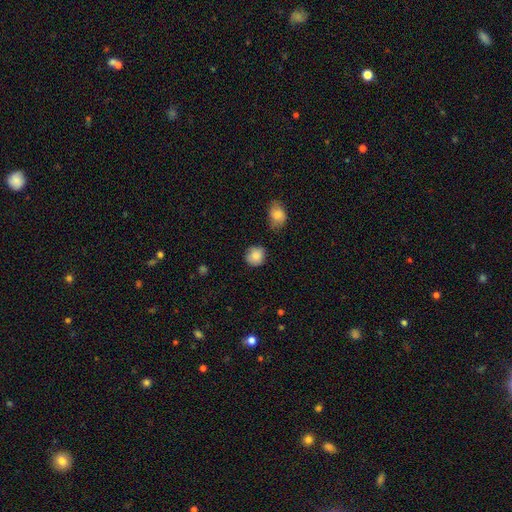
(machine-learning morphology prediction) This is clearly a smooth galaxy (85%). How rounded: clearly round (86%). Merging: likely none (77%).